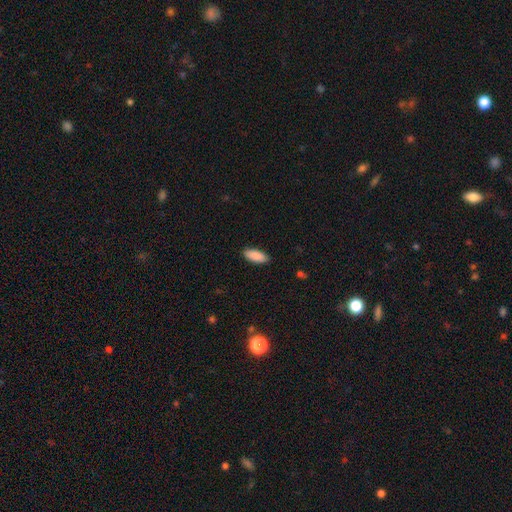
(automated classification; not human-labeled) Smooth or featured: smooth — 90% (star or artifact — 6%)
How rounded: in between — 82% (cigar-shaped — 17%)
Merging: none — 89% (minor disturbance — 8%)